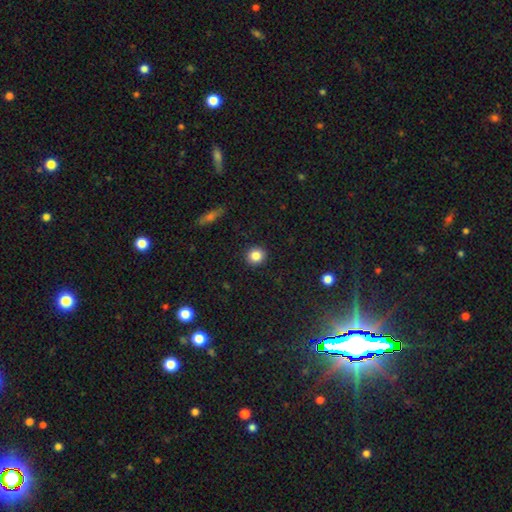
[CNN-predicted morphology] smooth_or_featured: smooth (p=0.84) [alt: star or artifact p=0.10]
how_rounded: round (p=0.89) [alt: in between p=0.10]
merging: none (p=0.92) [alt: minor disturbance p=0.05]